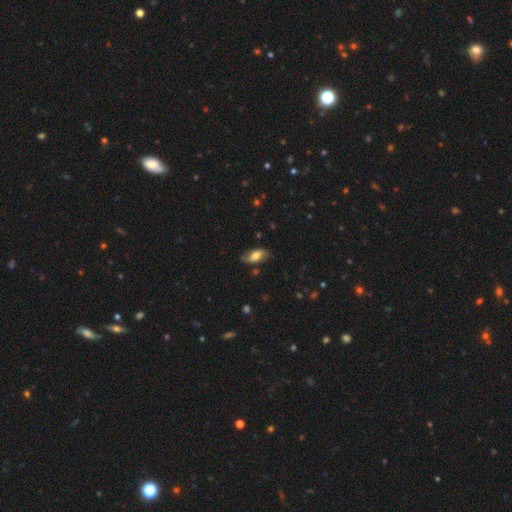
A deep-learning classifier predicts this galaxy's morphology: Smooth or featured? Predicted: smooth (p=0.62). How rounded? Predicted: in between (p=0.87). Merging? Predicted: none (p=0.76).